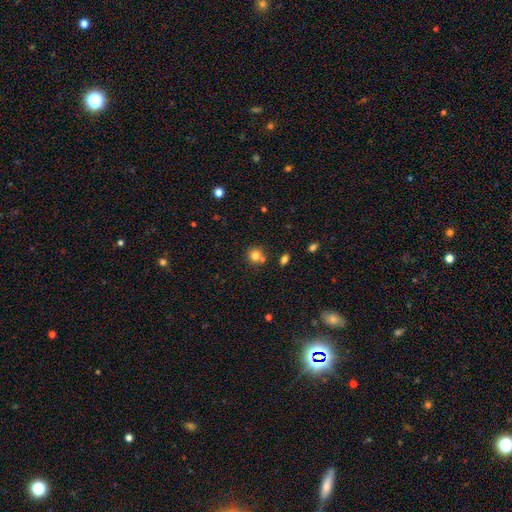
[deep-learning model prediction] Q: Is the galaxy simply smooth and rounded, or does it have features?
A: smooth — 79%.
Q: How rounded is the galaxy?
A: round — 90%.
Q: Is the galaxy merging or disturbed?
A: none — 69%.